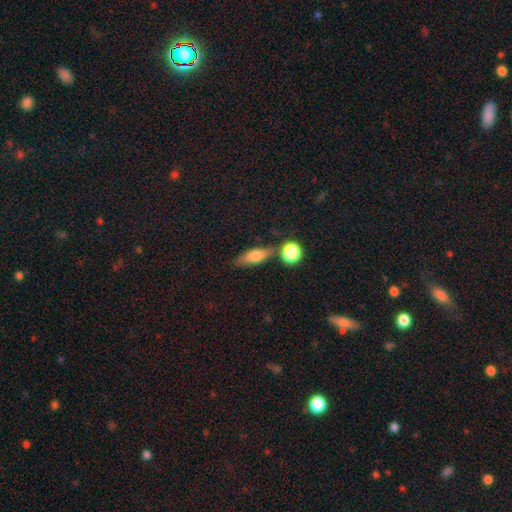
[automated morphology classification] Smooth or featured?
  - smooth: 71% *
  - featured or disk: 20%
  - star or artifact: 9%
How rounded?
  - in between: 60% *
  - cigar-shaped: 33%
  - round: 7%
Merging?
  - none: 67% *
  - minor disturbance: 16%
  - merger: 12%
  - major disturbance: 5%